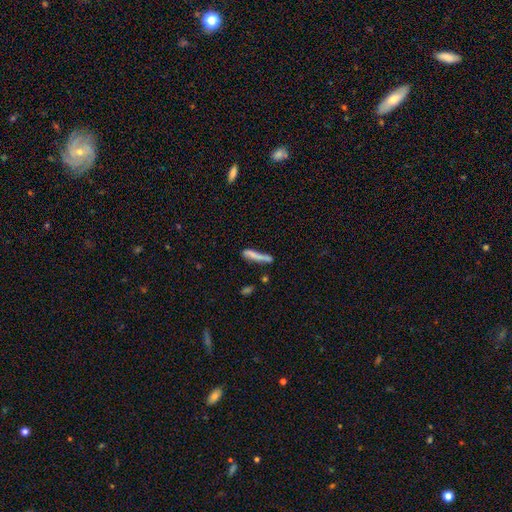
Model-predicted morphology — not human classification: Smooth or featured? smooth (69%)
How rounded? cigar-shaped (88%)
Merging? none (50%)